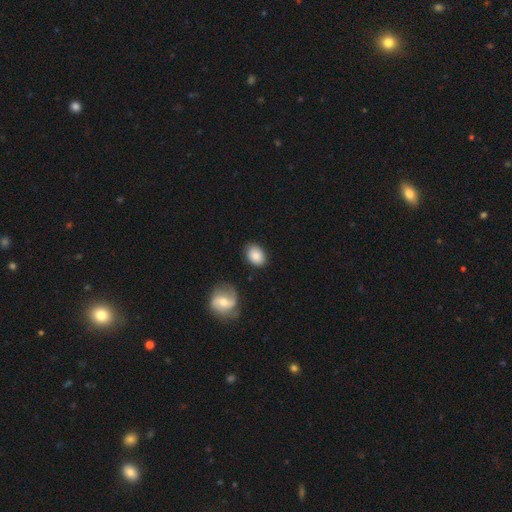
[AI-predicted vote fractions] Smooth or featured? Predicted: smooth (p=0.83). How rounded? Predicted: in between (p=0.74). Merging? Predicted: none (p=0.82).